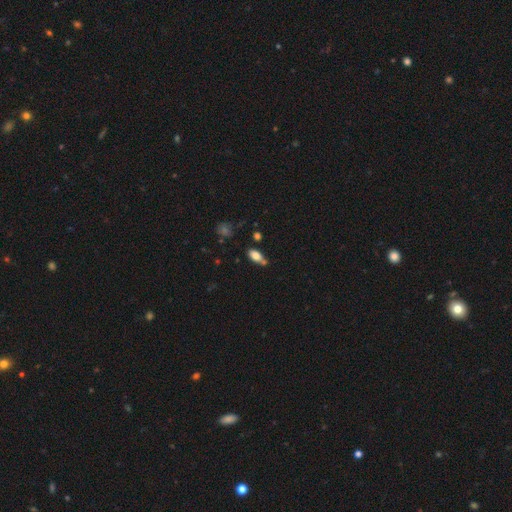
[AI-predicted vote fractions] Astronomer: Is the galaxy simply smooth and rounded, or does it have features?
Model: smooth — 78%.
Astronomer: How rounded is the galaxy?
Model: in between — 89%.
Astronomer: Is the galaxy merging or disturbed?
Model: none — 58%.